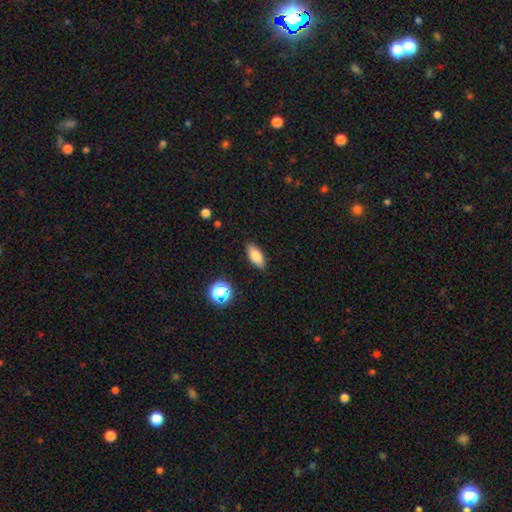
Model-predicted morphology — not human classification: This appears to be a smooth galaxy with no disk features (78%) that is in between round and cigar-shaped (81%). Merging: none (86%).